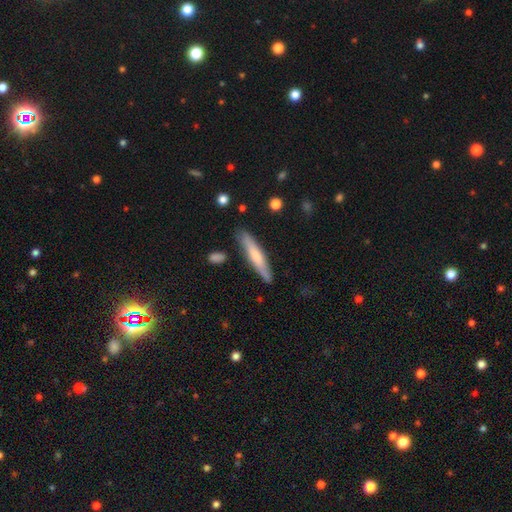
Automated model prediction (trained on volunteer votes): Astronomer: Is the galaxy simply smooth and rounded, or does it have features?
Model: smooth — 59% (runner-up: featured or disk, 35%).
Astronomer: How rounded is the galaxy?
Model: cigar-shaped — 90%.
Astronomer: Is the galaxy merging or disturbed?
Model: none — 85%.